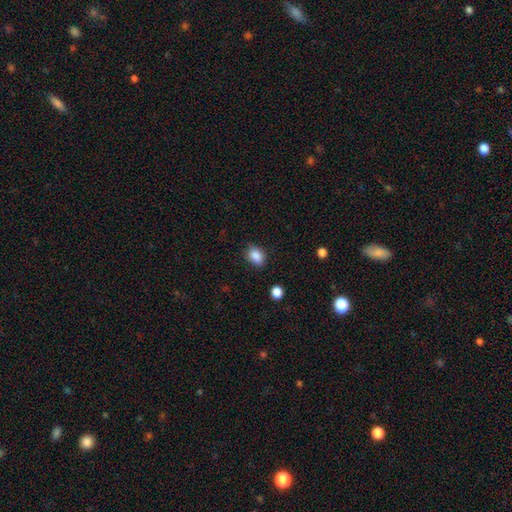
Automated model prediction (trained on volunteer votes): Q: Smooth or featured?
A: smooth (87%); runner-up: star or artifact (9%)
Q: How rounded?
A: in between (72%); runner-up: round (27%)
Q: Merging?
A: none (80%); runner-up: minor disturbance (15%)